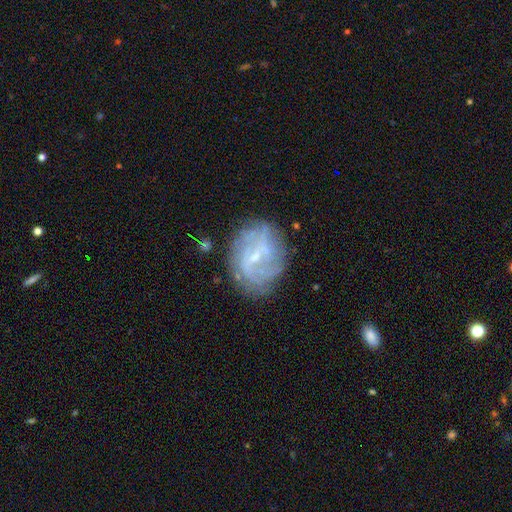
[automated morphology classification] smooth-or-featured: featured or disk: 75% | smooth: 16% | star or artifact: 9%
  disk-edge-on: no: 97% | yes: 3%
    bar: weak: 54% | no: 24% | strong: 22%
    has-spiral-arms: yes: 80% | no: 20%
      spiral-winding: tight: 39% | medium: 35% | loose: 26%
      spiral-arm-count: can't tell: 43% | 2: 30% | 3: 10% | 4: 7% | 1: 5% | more than 4: 4%
    bulge-size: small: 74% | moderate: 20% | none: 4% | large: 1% | dominant: 1%
  merging: none: 71% | minor disturbance: 17% | major disturbance: 9% | merger: 3%